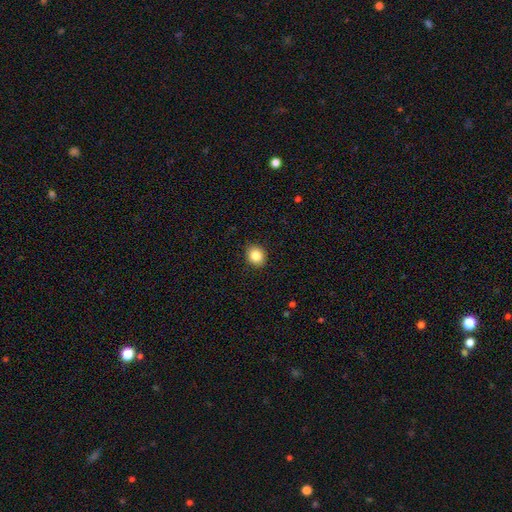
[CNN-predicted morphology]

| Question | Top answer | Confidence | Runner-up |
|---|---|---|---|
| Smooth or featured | smooth | 85% | star or artifact (9%) |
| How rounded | round | 70% | in between (29%) |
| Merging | none | 89% | minor disturbance (8%) |